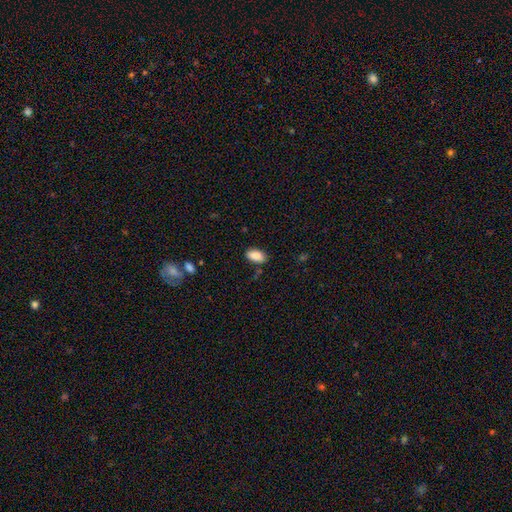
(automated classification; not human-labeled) Smooth or featured?
  - smooth: 88% *
  - star or artifact: 8%
  - featured or disk: 5%
How rounded?
  - in between: 93% *
  - cigar-shaped: 4%
  - round: 3%
Merging?
  - none: 78% *
  - minor disturbance: 16%
  - major disturbance: 3%
  - merger: 3%